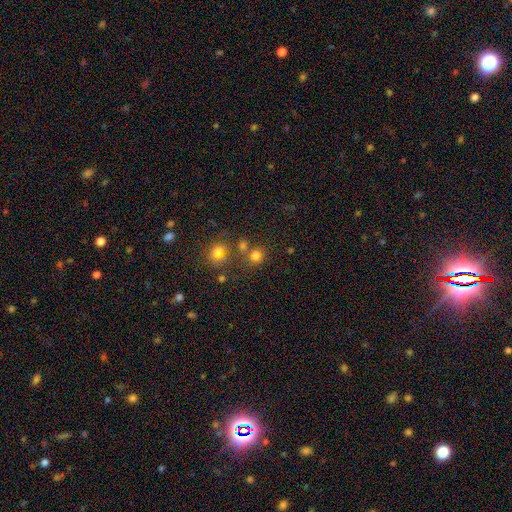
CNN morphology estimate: This is likely a smooth galaxy (74%). How rounded: clearly round (82%). Merging: likely none (65%).